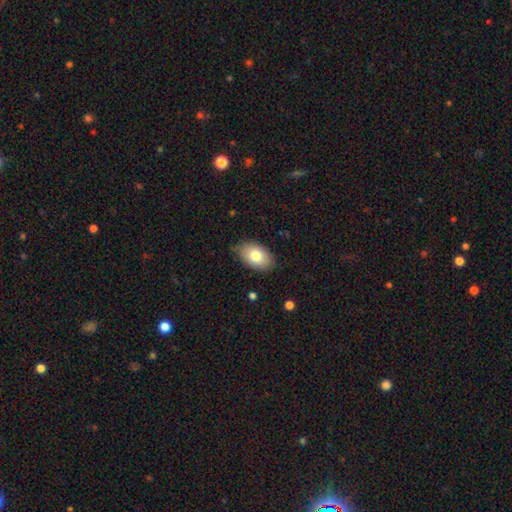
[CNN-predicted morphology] smooth 78%, featured or disk 15%, star or artifact 7%. Down the decision tree: how rounded — in between (90%); merging — none (79%).